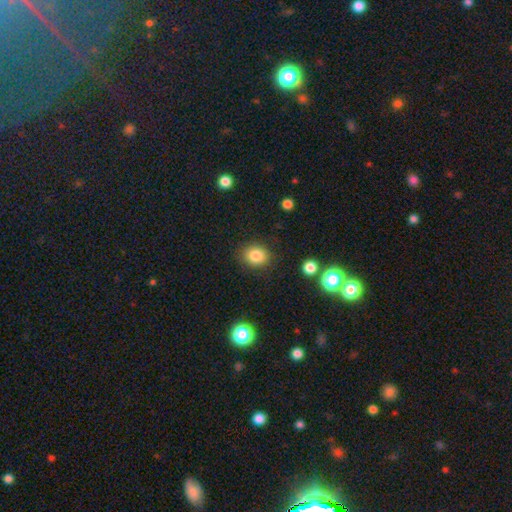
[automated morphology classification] This is clearly a smooth galaxy (83%). How rounded: likely round (62%). Merging: clearly none (85%).